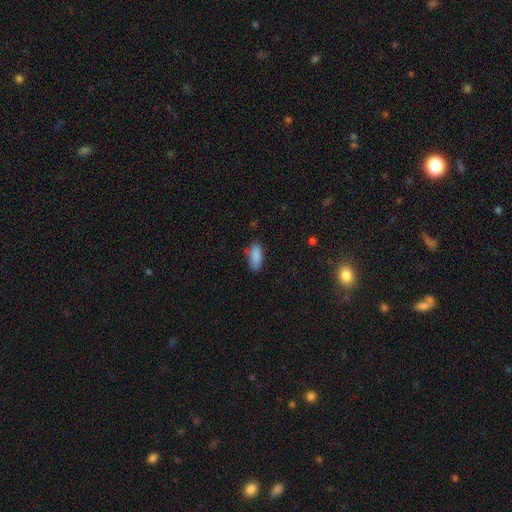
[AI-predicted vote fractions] Q: Smooth or featured?
A: smooth (88%); runner-up: star or artifact (7%)
Q: How rounded?
A: in between (82%); runner-up: cigar-shaped (16%)
Q: Merging?
A: none (73%); runner-up: minor disturbance (21%)